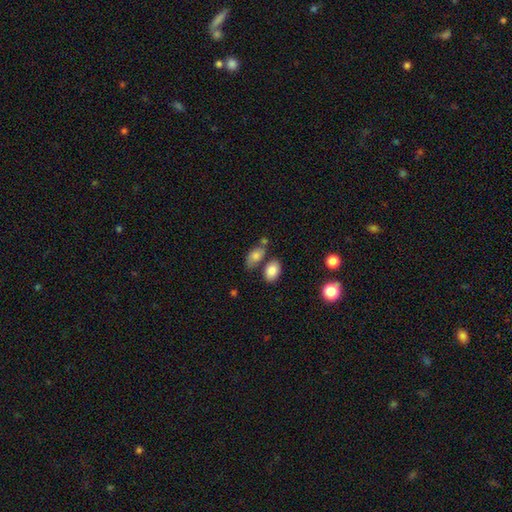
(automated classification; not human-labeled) Morphology: type=smooth (78%); roundness=in between (88%); merging=none (51%).